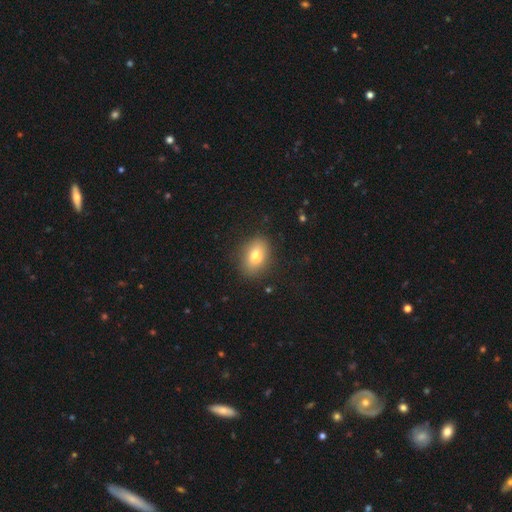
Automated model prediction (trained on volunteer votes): This appears to be a smooth galaxy with no disk features (76%) that is in between round and cigar-shaped (81%). Merging: none (84%).